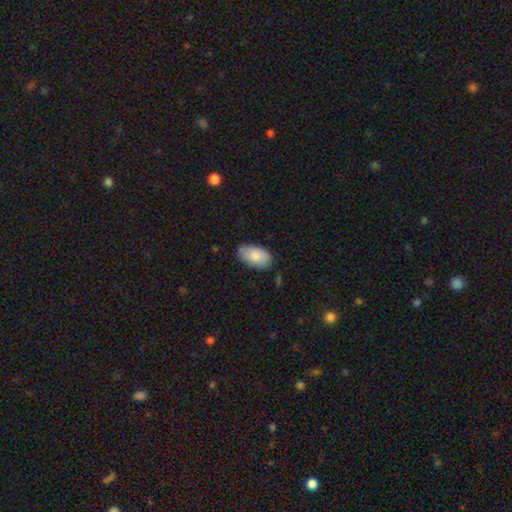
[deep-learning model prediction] A smooth galaxy with no disk features (85%) that is in between round and cigar-shaped (95%).

Vote fractions:
- Smooth or featured? smooth: 85% / featured or disk: 9% / star or artifact: 6%
- How rounded? in between: 95% / round: 3% / cigar-shaped: 1%
- Merging? none: 76% / minor disturbance: 19% / major disturbance: 3% / merger: 2%